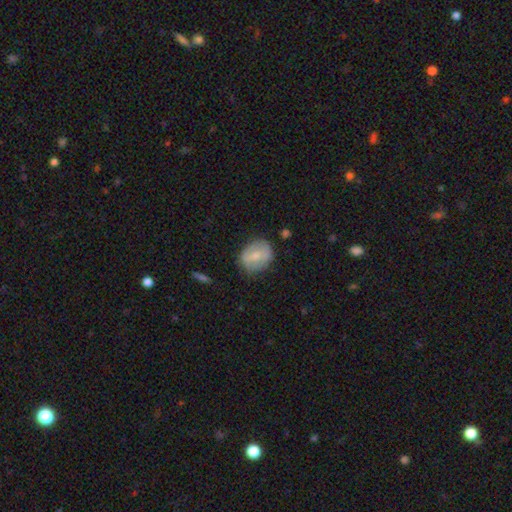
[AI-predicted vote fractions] Smooth or featured? smooth (60%)
How rounded? round (54%)
Merging? none (73%)